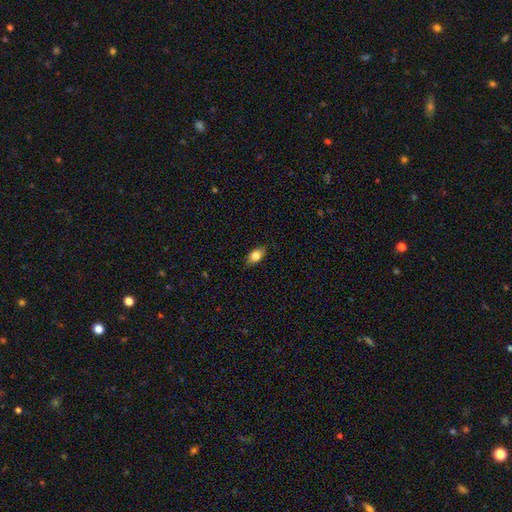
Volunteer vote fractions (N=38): Smooth or featured?
  - smooth: 74% *
  - featured or disk: 18%
  - star or artifact: 8%
How rounded?
  - in between: 82% *
  - round: 11%
  - cigar-shaped: 7%
Merging?
  - none: 80% *
  - major disturbance: 11%
  - minor disturbance: 9%
  - merger: 0%